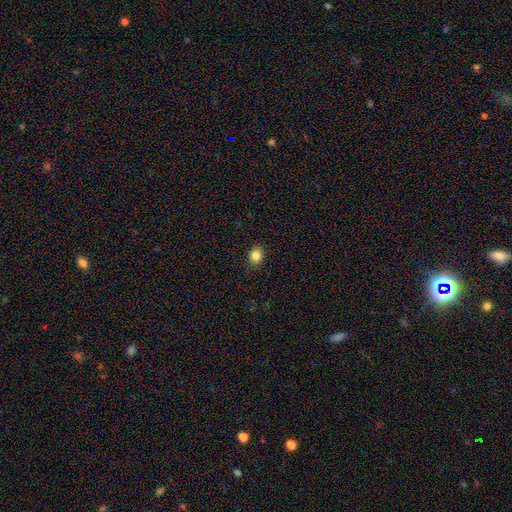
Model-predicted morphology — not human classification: This is clearly a smooth galaxy (85%). How rounded: possibly round (57%). Merging: clearly none (87%).